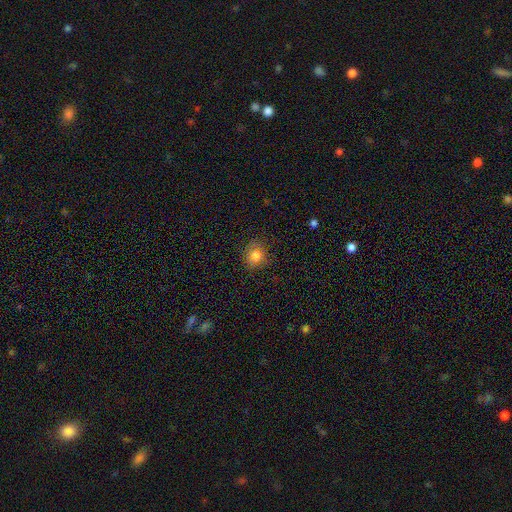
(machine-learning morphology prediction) smooth 81%, star or artifact 12%, featured or disk 7%. Down the decision tree: how rounded — round (78%); merging — none (83%).